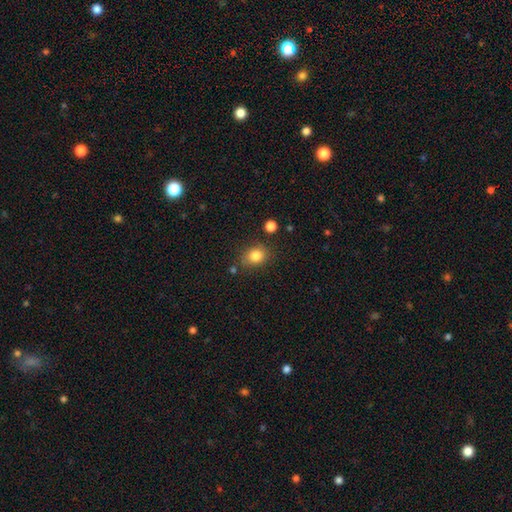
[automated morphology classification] A smooth galaxy with no disk features (83%) that is round (52%). Merging: none (77%).